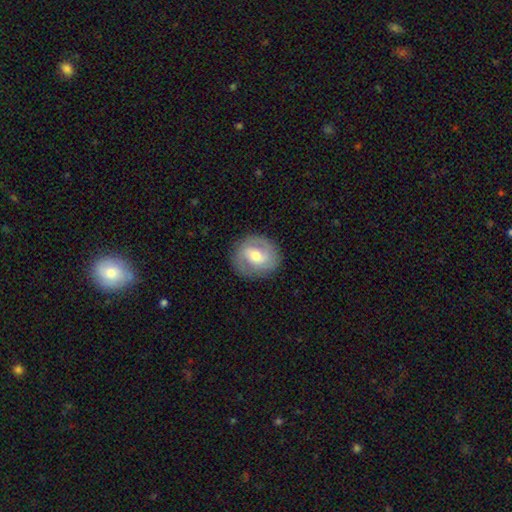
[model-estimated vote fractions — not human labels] This appears to be a featured or disk galaxy (63%) with a weak bar (48%), spiral arms (79%) and a moderate central bulge (66%). Merging: none (84%).